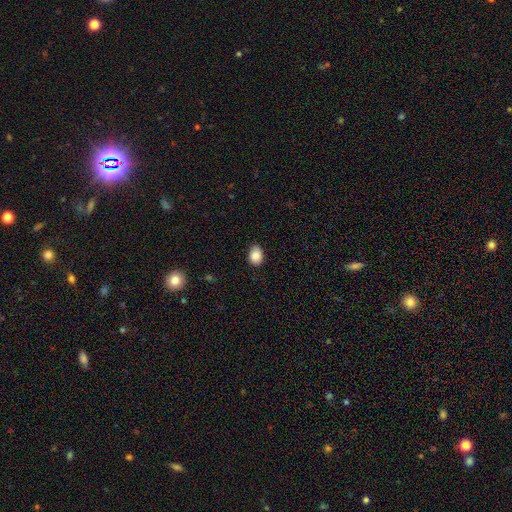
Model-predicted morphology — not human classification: The model was most divided on "how rounded": in between: 71%, round: 28%, cigar-shaped: 1%. More confident: smooth or featured — smooth (87%); merging — none (84%).